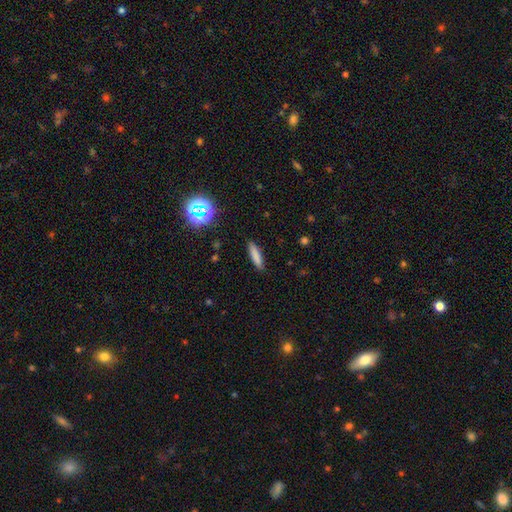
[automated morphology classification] Smooth or featured?
  - smooth: 80% *
  - star or artifact: 11%
  - featured or disk: 9%
How rounded?
  - cigar-shaped: 76% *
  - in between: 22%
  - round: 2%
Merging?
  - none: 88% *
  - minor disturbance: 9%
  - major disturbance: 2%
  - merger: 1%